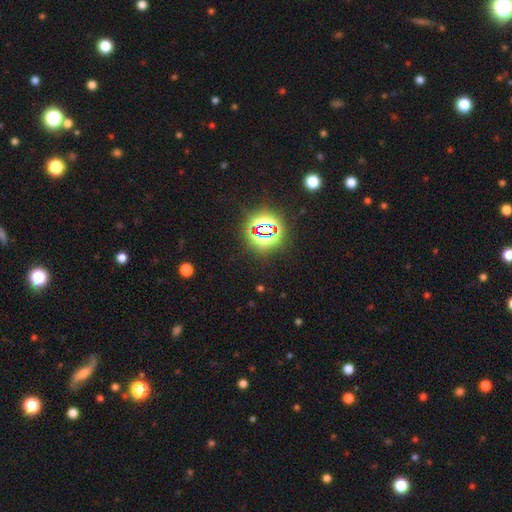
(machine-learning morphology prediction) Smooth or featured: star or artifact — 81% (smooth — 12%)